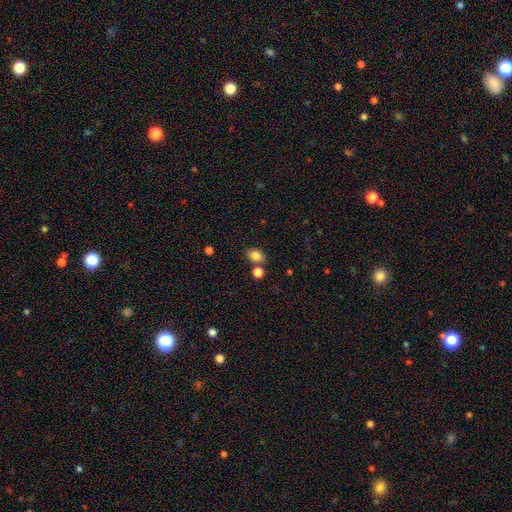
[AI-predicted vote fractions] The model was most divided on "how rounded": in between: 74%, round: 25%, cigar-shaped: 1%. More confident: smooth or featured — smooth (84%); merging — none (72%).